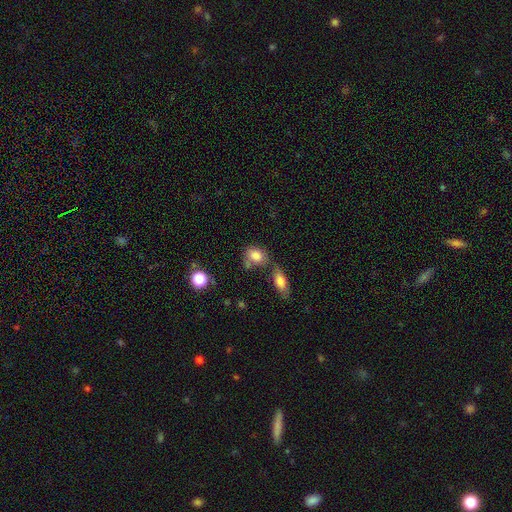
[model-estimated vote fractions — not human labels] A smooth galaxy with no disk features (82%) that is in between round and cigar-shaped (68%). Merging: none (47%).